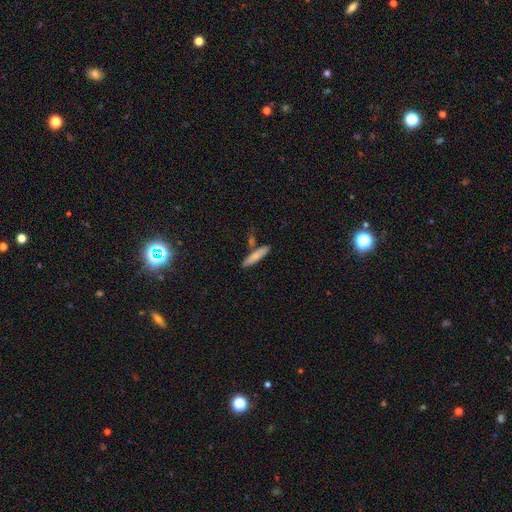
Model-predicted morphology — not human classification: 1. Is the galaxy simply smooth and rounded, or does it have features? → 77% smooth, 17% featured or disk, 6% star or artifact.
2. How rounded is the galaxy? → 84% cigar-shaped, 14% in between, 2% round.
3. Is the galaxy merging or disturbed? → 78% none, 11% minor disturbance, 9% merger, 2% major disturbance.